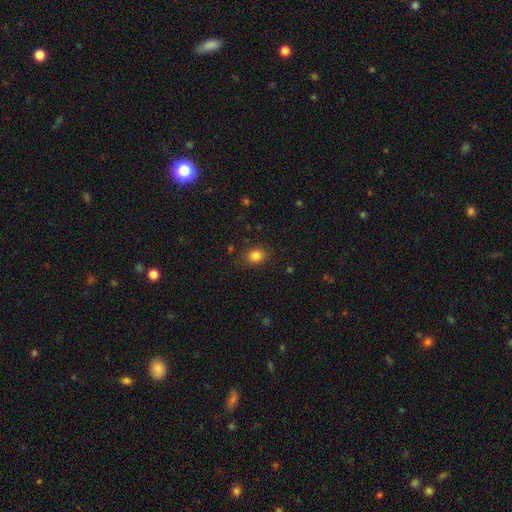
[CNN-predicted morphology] A smooth galaxy with no disk features (84%) that is round (50%).

Vote fractions:
- Smooth or featured? smooth: 84% / star or artifact: 11% / featured or disk: 5%
- How rounded? round: 50% / in between: 49% / cigar-shaped: 1%
- Merging? none: 87% / minor disturbance: 9% / major disturbance: 3% / merger: 1%